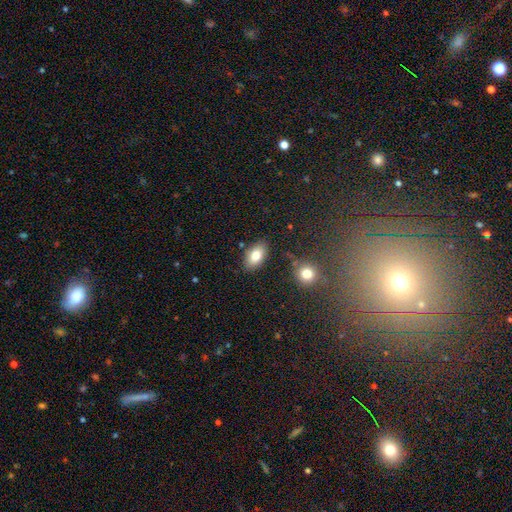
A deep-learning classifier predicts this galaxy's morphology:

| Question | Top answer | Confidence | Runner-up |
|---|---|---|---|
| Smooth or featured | smooth | 81% | featured or disk (11%) |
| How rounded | in between | 92% | round (6%) |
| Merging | none | 83% | minor disturbance (12%) |